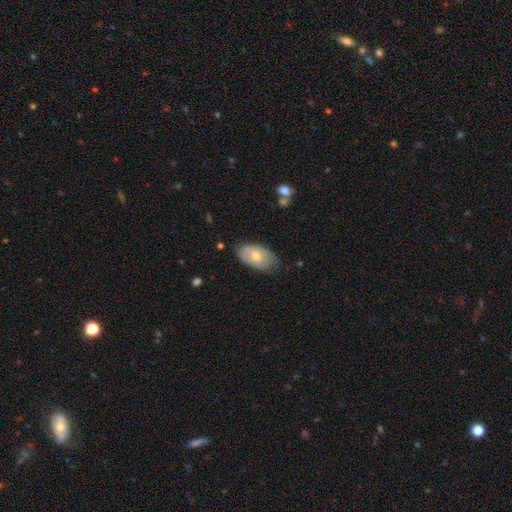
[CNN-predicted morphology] Smooth or featured: smooth — 64% (featured or disk — 30%)
How rounded: in between — 94% (round — 5%)
Merging: none — 69% (minor disturbance — 25%)